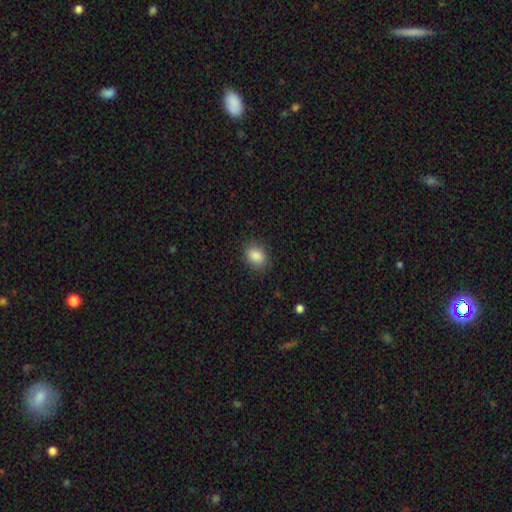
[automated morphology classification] The model was most divided on "how rounded": in between: 60%, round: 39%, cigar-shaped: 1%. More confident: smooth or featured — smooth (87%); merging — none (84%).